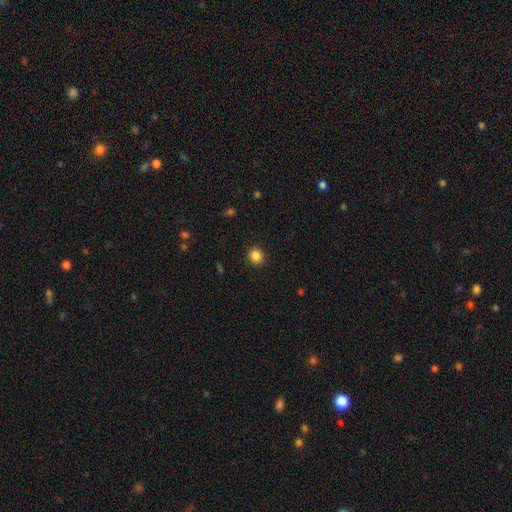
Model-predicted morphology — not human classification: The model was most divided on "smooth or featured": smooth: 85%, star or artifact: 11%, featured or disk: 4%. More confident: merging — none (92%); how rounded — round (87%).